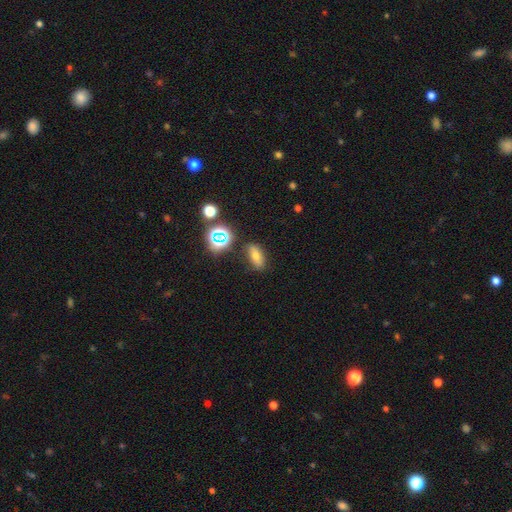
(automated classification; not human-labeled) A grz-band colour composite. It shows a smooth galaxy with no disk features (58%) that is in between round and cigar-shaped (74%). Merging: none (79%).